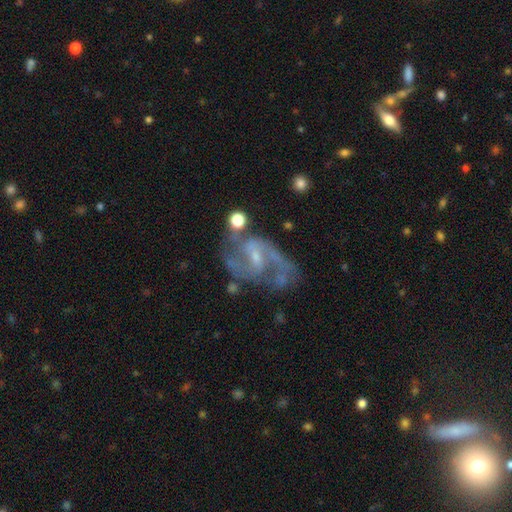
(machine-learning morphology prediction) smooth-or-featured: featured or disk: 87% | star or artifact: 7% | smooth: 6%
  disk-edge-on: no: 97% | yes: 3%
    bar: weak: 54% | no: 24% | strong: 23%
    has-spiral-arms: yes: 95% | no: 5%
      spiral-winding: medium: 53% | loose: 32% | tight: 15%
      spiral-arm-count: 2: 82% | can't tell: 6% | 3: 5% | 1: 3% | 4: 2% | more than 4: 2%
    bulge-size: small: 68% | moderate: 22% | none: 8% | large: 1% | dominant: 1%
  merging: none: 56% | minor disturbance: 19% | major disturbance: 16% | merger: 8%